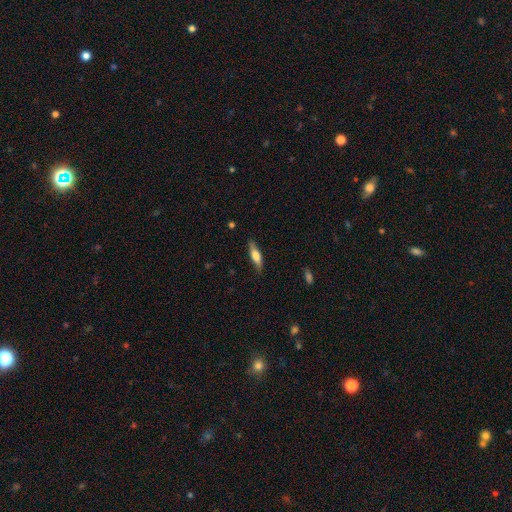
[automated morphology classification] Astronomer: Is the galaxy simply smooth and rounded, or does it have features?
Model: smooth — 56% (runner-up: featured or disk, 38%).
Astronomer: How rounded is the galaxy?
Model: cigar-shaped — 57% (runner-up: in between, 41%).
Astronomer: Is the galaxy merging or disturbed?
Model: none — 81%.